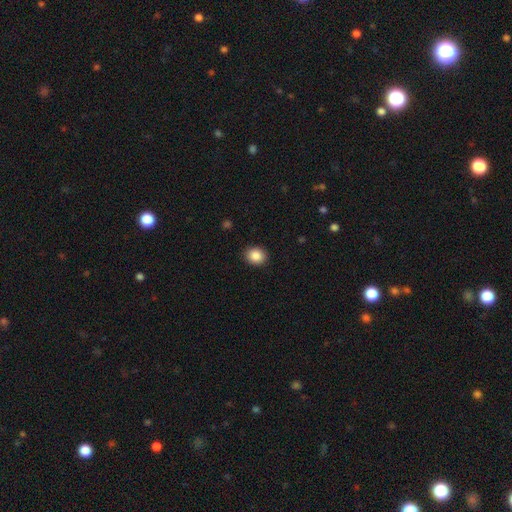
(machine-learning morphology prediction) A smooth galaxy with no disk features (87%) that is round (68%).

Vote fractions:
- Smooth or featured? smooth: 87% / star or artifact: 9% / featured or disk: 4%
- How rounded? round: 68% / in between: 31% / cigar-shaped: 1%
- Merging? none: 91% / minor disturbance: 7% / major disturbance: 2% / merger: 1%